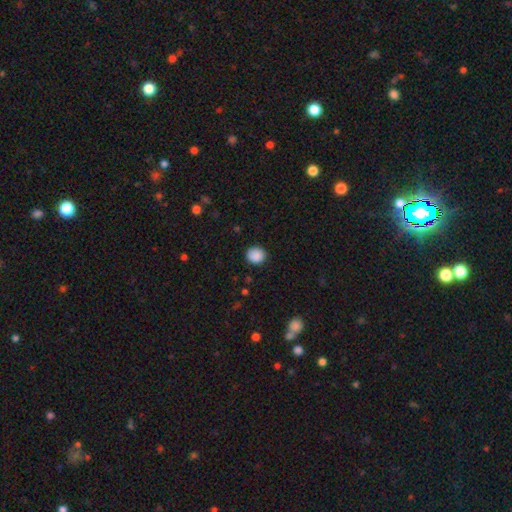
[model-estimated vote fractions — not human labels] Smooth or featured? smooth (88%)
How rounded? round (77%)
Merging? none (86%)